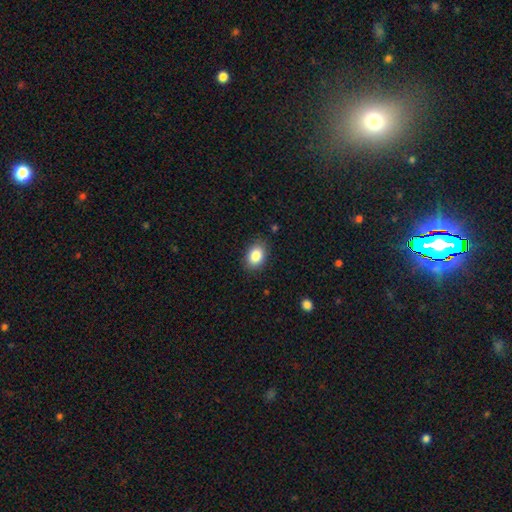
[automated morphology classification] A smooth galaxy with no disk features (85%) that is in between round and cigar-shaped (76%).

Vote fractions:
- Smooth or featured? smooth: 85% / star or artifact: 8% / featured or disk: 7%
- How rounded? in between: 76% / round: 23% / cigar-shaped: 1%
- Merging? none: 85% / minor disturbance: 11% / major disturbance: 3% / merger: 1%